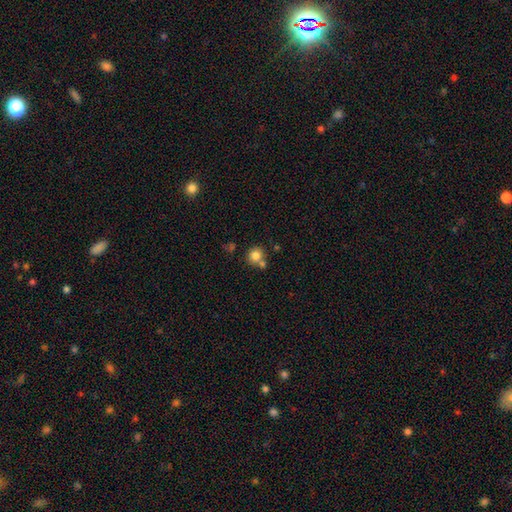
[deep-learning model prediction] Smooth or featured?
  - smooth: 81% *
  - star or artifact: 11%
  - featured or disk: 8%
How rounded?
  - round: 88% *
  - in between: 11%
  - cigar-shaped: 1%
Merging?
  - none: 60% *
  - merger: 28%
  - minor disturbance: 9%
  - major disturbance: 3%